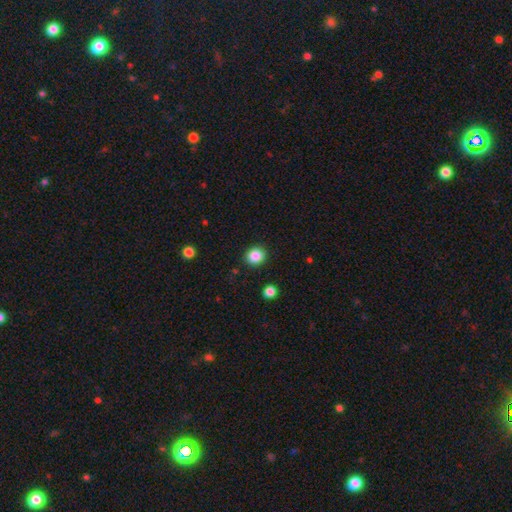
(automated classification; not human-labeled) Smooth or featured? Predicted: smooth (p=0.86). How rounded? Predicted: round (p=0.80). Merging? Predicted: none (p=0.90).